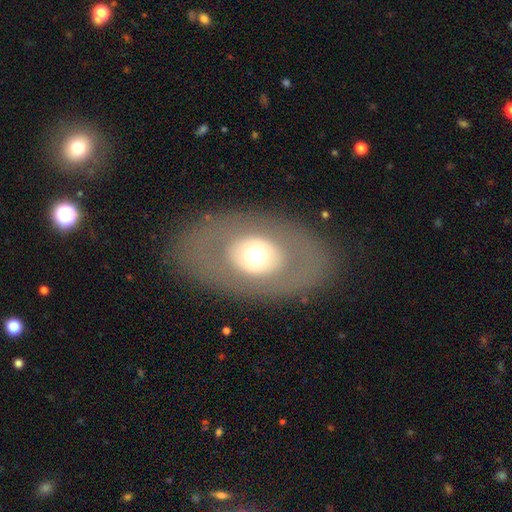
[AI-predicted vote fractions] Smooth or featured: featured or disk — 46% (tied with smooth — 46%)
Merging: none — 80% (minor disturbance — 10%)